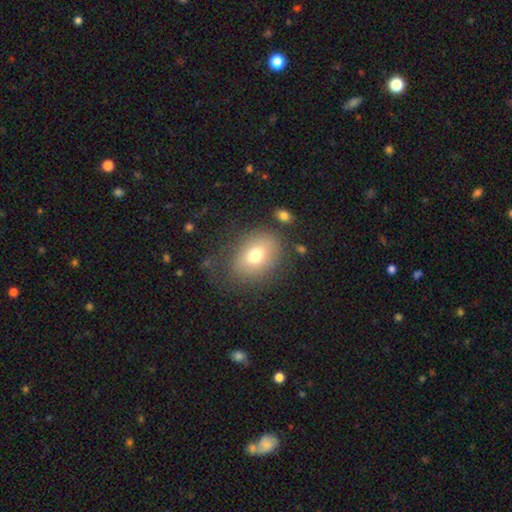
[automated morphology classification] This appears to be a smooth galaxy with no disk features (71%) that is in between round and cigar-shaped (63%). Merging: none (71%).